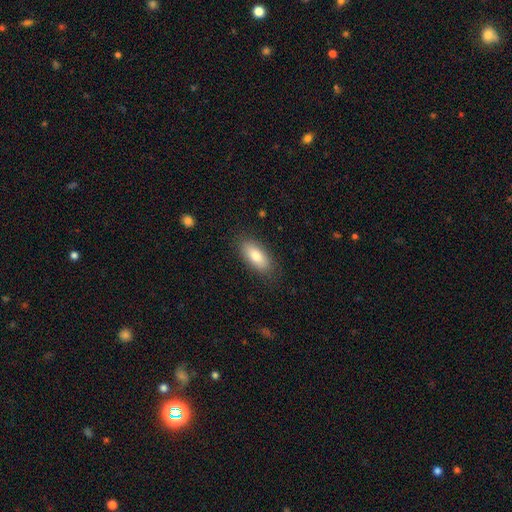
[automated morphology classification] Smooth or featured: smooth — 81% (featured or disk — 13%)
How rounded: in between — 85% (cigar-shaped — 12%)
Merging: none — 85% (minor disturbance — 11%)